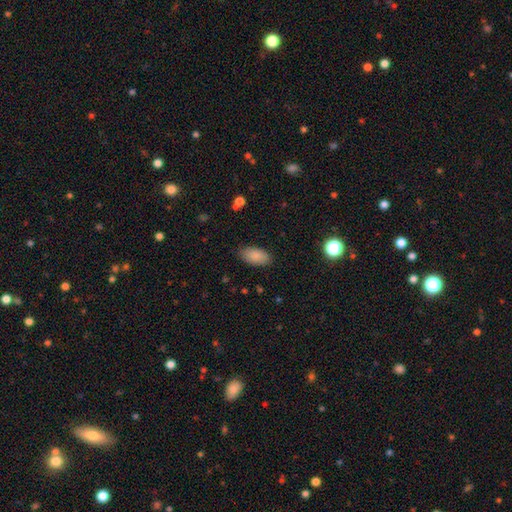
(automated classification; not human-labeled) This appears to be a smooth galaxy with no disk features (87%) that is in between round and cigar-shaped (94%). Merging: none (84%).